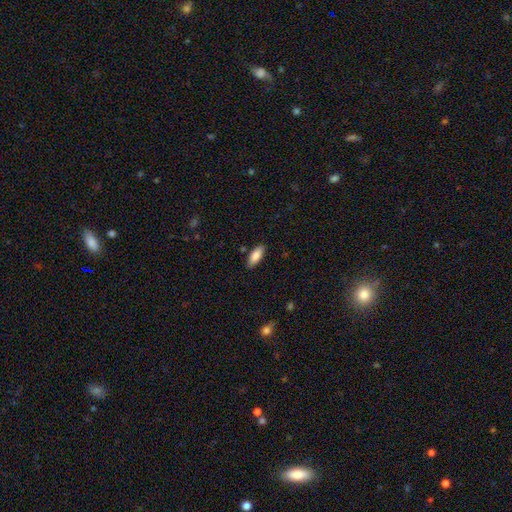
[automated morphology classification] Q: Smooth or featured?
A: smooth (85%); runner-up: featured or disk (9%)
Q: How rounded?
A: in between (78%); runner-up: cigar-shaped (21%)
Q: Merging?
A: none (86%); runner-up: minor disturbance (10%)